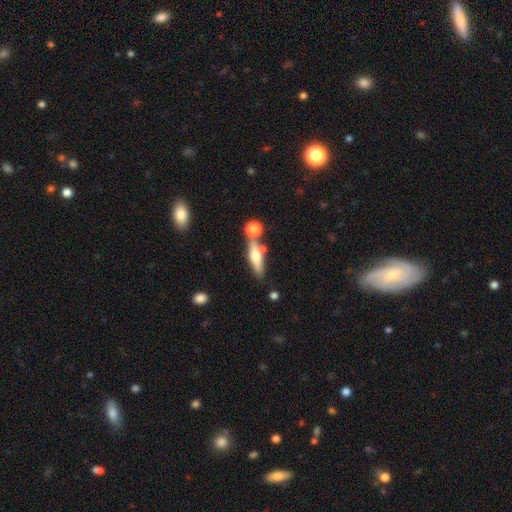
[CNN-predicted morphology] This is possibly a smooth galaxy (50%). How rounded: likely cigar-shaped (65%). Merging: likely none (63%).